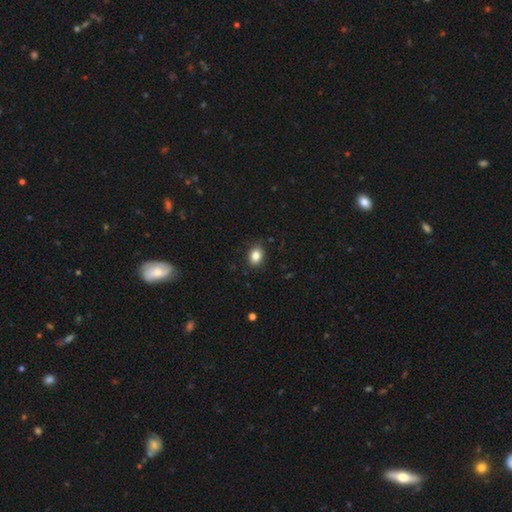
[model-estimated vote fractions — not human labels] A smooth galaxy with no disk features (85%) that is in between round and cigar-shaped (63%). Merging: none (87%).